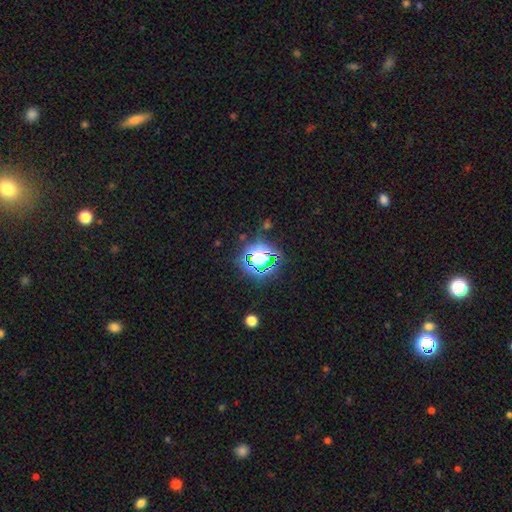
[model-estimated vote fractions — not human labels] This appears to be a star or artifact, not a galaxy (64%).